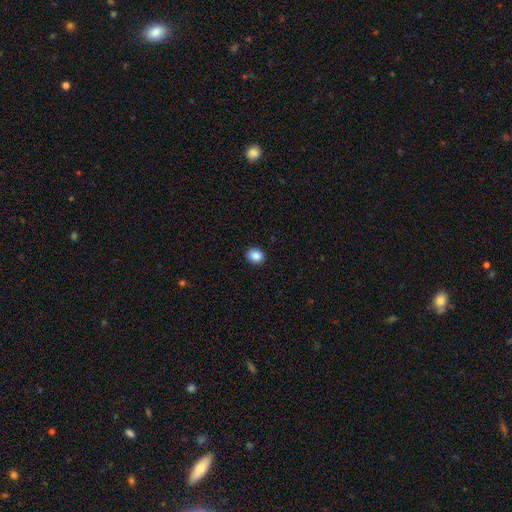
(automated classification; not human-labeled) This appears to be a smooth galaxy with no disk features (88%) that is round (66%). Merging: none (91%).